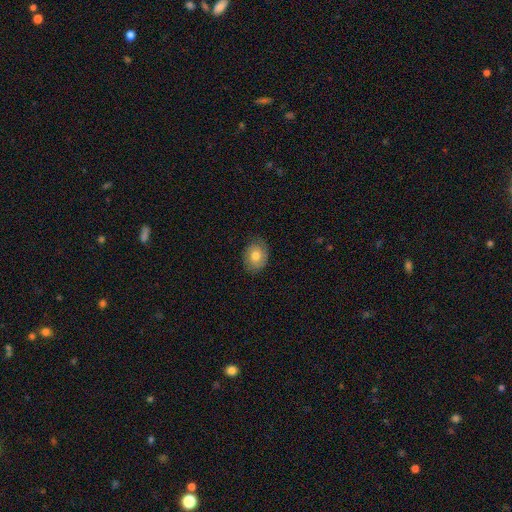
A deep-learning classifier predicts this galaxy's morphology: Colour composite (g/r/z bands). It shows a smooth galaxy with no disk features (70%) that is in between round and cigar-shaped (57%). Merging: none (76%).